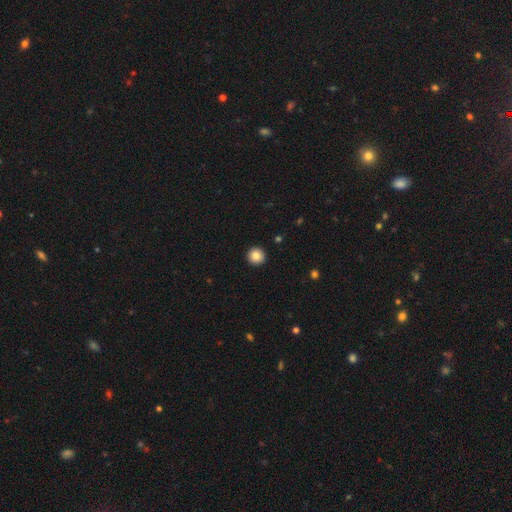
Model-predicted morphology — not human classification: smooth_or_featured: smooth (p=0.86) [alt: star or artifact p=0.09]
how_rounded: round (p=0.96) [alt: in between p=0.03]
merging: none (p=0.94) [alt: minor disturbance p=0.04]